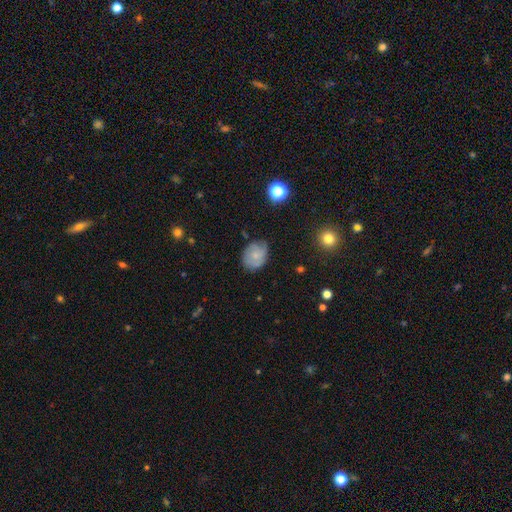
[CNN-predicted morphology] Q: Smooth or featured?
A: smooth (56%); runner-up: featured or disk (35%)
Q: How rounded?
A: in between (62%); runner-up: round (37%)
Q: Merging?
A: none (63%); runner-up: minor disturbance (28%)